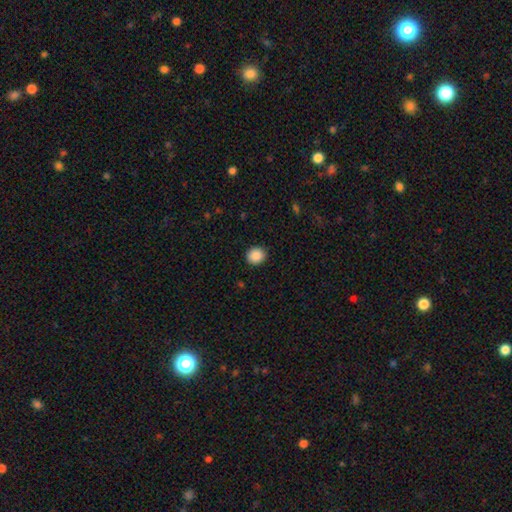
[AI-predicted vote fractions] Overall: smooth (88%). How rounded: round (82%). Merging: none (90%).